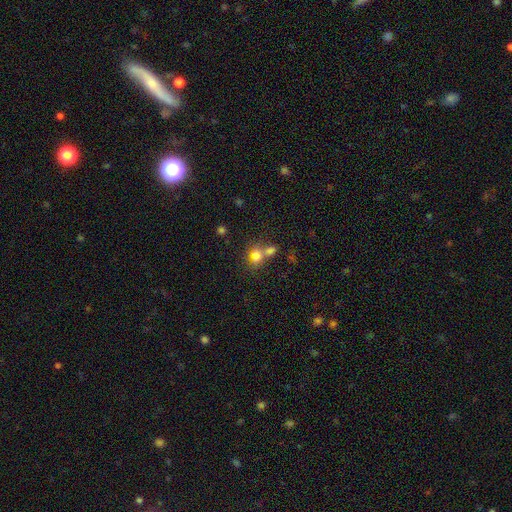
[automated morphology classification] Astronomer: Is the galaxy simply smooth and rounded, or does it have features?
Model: smooth — 74%.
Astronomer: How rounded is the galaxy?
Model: in between — 65%.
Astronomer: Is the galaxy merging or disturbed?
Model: merger — 52% (runner-up: none, 32%).